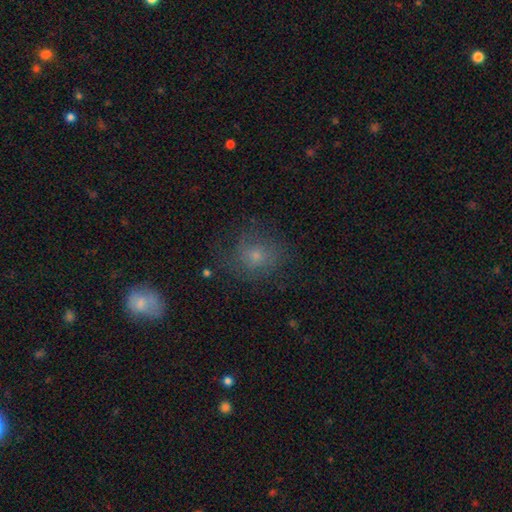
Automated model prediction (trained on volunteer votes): The model was most divided on "smooth or featured": smooth: 53%, featured or disk: 27%, star or artifact: 20%. More confident: how rounded — round (76%); merging — none (66%).